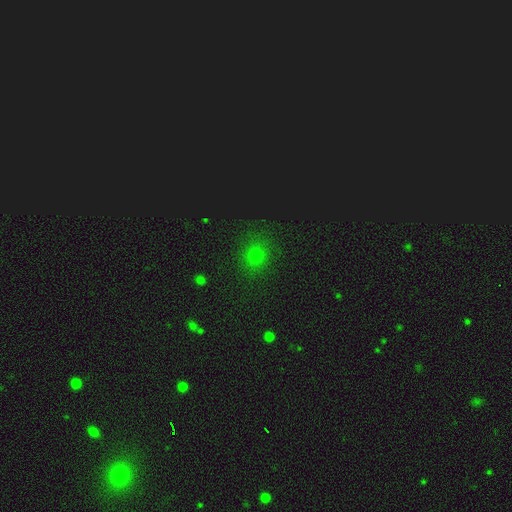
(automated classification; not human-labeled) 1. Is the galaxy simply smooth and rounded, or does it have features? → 72% smooth, 22% star or artifact, 6% featured or disk.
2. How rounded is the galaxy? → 88% round, 10% in between, 1% cigar-shaped.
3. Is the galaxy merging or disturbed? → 88% none, 7% minor disturbance, 3% major disturbance, 2% merger.